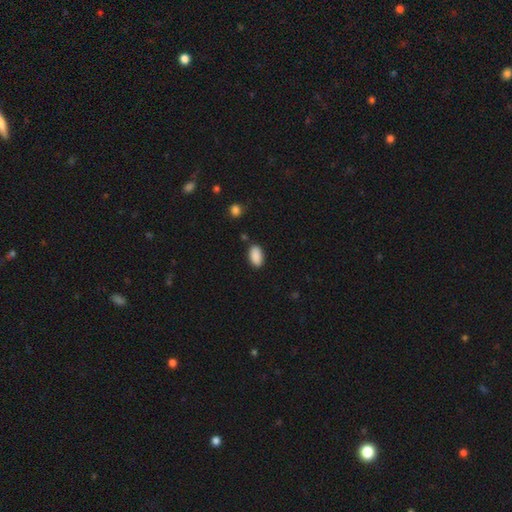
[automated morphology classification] A smooth galaxy with no disk features (90%) that is in between round and cigar-shaped (94%).

Vote fractions:
- Smooth or featured? smooth: 90% / star or artifact: 7% / featured or disk: 3%
- How rounded? in between: 94% / round: 4% / cigar-shaped: 3%
- Merging? none: 84% / minor disturbance: 11% / merger: 3% / major disturbance: 2%